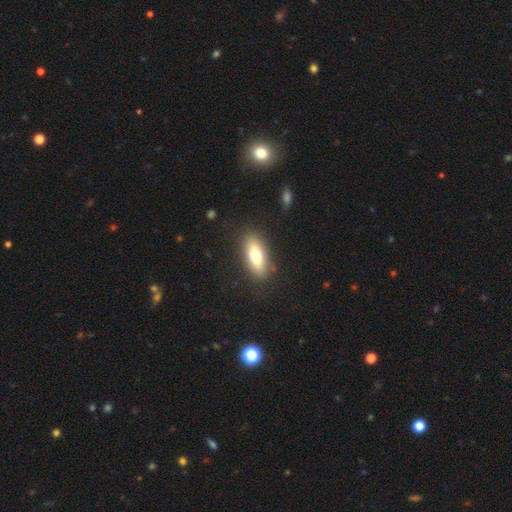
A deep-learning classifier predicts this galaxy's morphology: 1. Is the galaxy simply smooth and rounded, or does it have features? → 70% smooth, 23% featured or disk, 7% star or artifact.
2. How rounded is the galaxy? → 71% in between, 26% cigar-shaped, 3% round.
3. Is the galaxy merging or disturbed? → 85% none, 10% minor disturbance, 3% major disturbance, 1% merger.